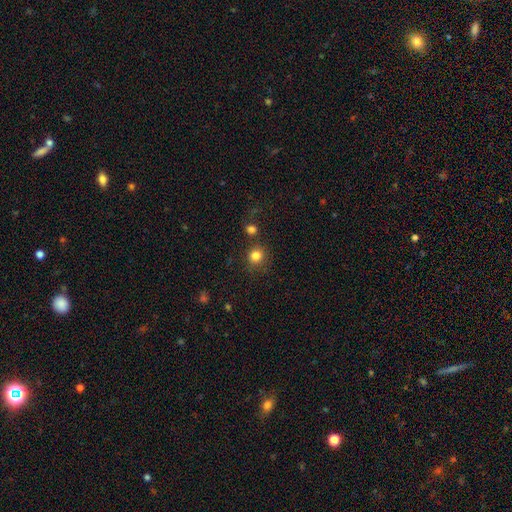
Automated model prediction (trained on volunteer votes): Smooth or featured? Predicted: smooth (p=0.82). How rounded? Predicted: round (p=0.88). Merging? Predicted: none (p=0.78).